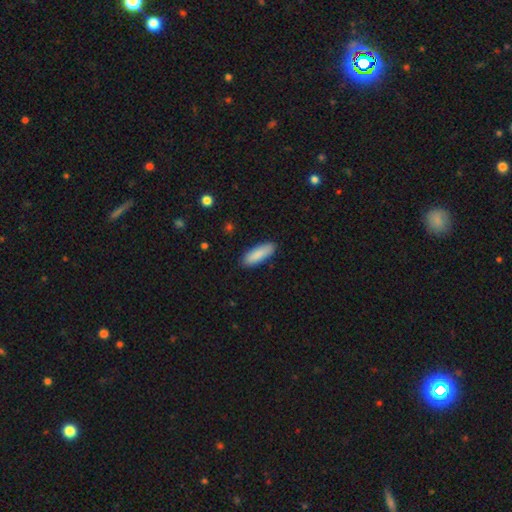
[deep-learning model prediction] Smooth or featured? Predicted: smooth (p=0.88). How rounded? Predicted: in between (p=0.58). Merging? Predicted: none (p=0.88).